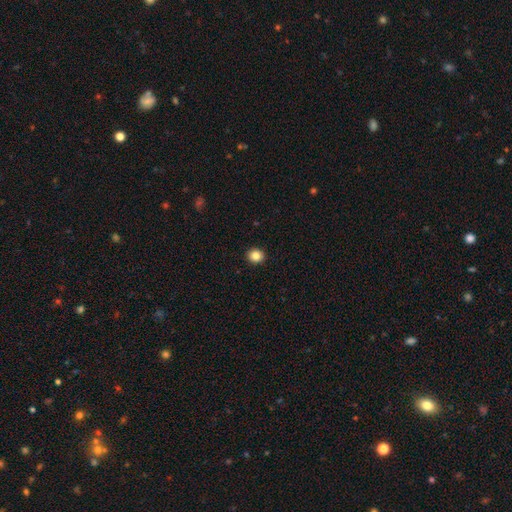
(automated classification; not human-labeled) The model was most divided on "how rounded": round: 84%, in between: 15%, cigar-shaped: 1%. More confident: merging — none (93%); smooth or featured — smooth (84%).